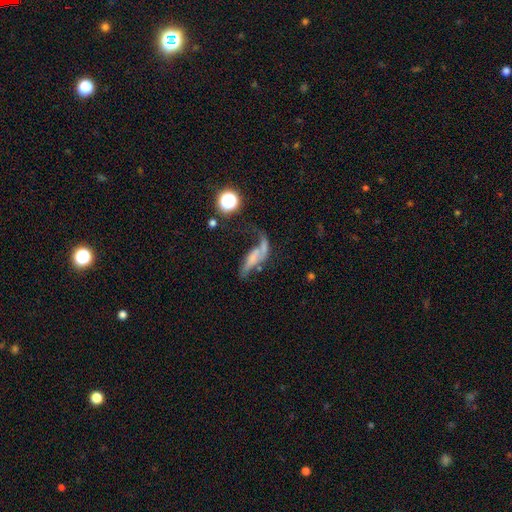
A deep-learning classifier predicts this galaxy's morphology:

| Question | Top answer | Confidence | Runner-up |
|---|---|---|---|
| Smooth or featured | featured or disk | 52% | smooth (34%) |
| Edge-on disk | no | 77% | yes (23%) |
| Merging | major disturbance | 37% | none (25%) |